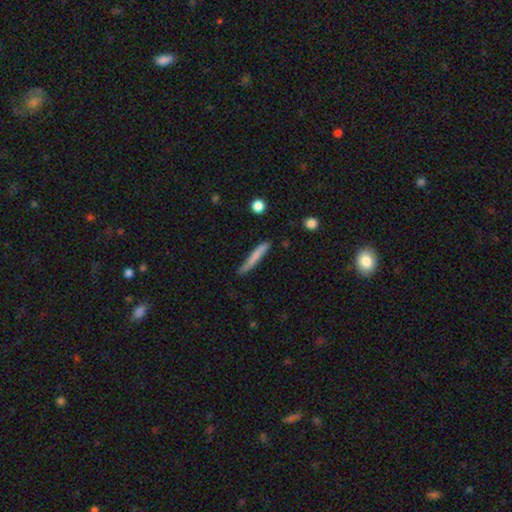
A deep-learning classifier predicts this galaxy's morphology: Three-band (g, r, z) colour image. It shows a smooth galaxy with no disk features (71%) that is cigar-shaped (95%). Merging: none (76%).